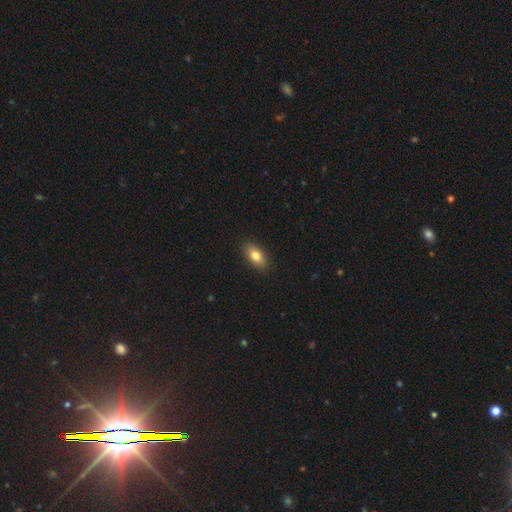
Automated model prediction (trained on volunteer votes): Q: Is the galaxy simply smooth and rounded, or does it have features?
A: smooth — 80%.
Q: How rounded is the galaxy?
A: in between — 87%.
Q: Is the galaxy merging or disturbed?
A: none — 89%.